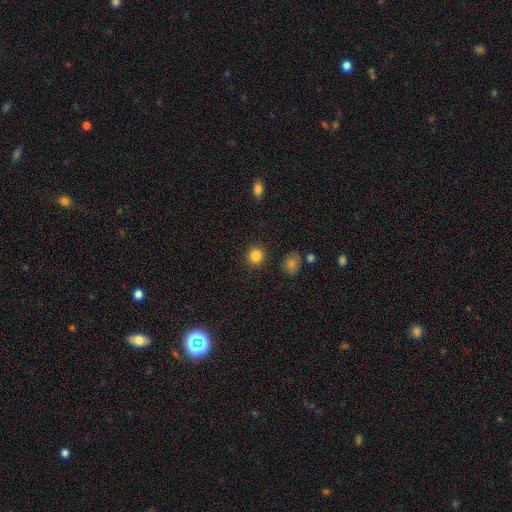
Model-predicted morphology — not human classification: This is clearly a smooth galaxy (85%). How rounded: clearly round (90%). Merging: clearly none (90%).